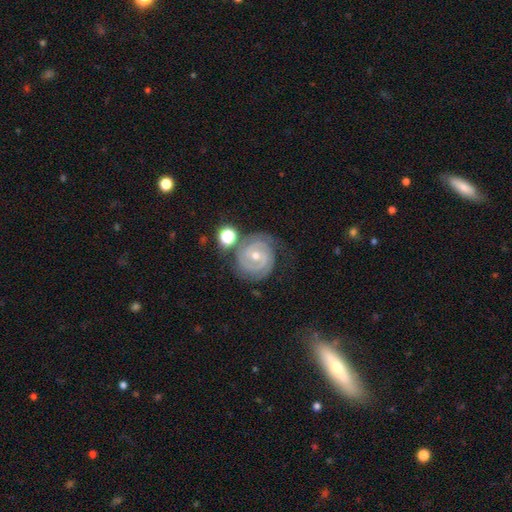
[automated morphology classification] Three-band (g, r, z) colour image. It shows a featured or disk galaxy (88%) with no bar (50%), 2 (71%) tight (79%) spiral arms (98%) and a moderate central bulge (50%). Merging: none (73%).